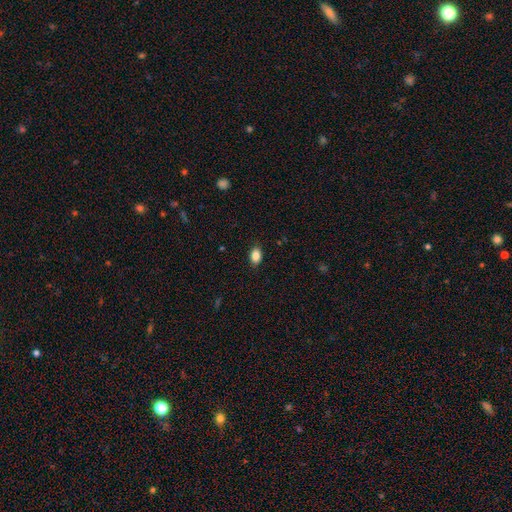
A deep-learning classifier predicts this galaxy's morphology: A smooth galaxy with no disk features (87%) that is in between round and cigar-shaped (87%). Merging: none (88%).